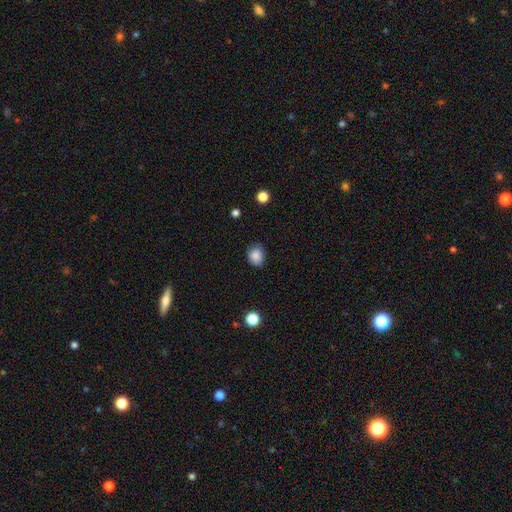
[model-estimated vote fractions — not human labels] A smooth galaxy with no disk features (86%) that is round (50%, tied with in between).

Vote fractions:
- Smooth or featured? smooth: 86% / star or artifact: 9% / featured or disk: 4%
- How rounded? round: 50% (tied) / in between: 50% (tied) / cigar-shaped: 1%
- Merging? none: 74% / minor disturbance: 20% / major disturbance: 4% / merger: 1%